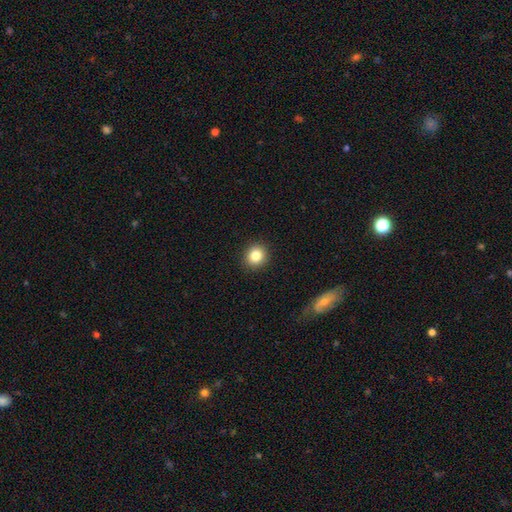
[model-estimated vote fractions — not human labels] This is clearly a smooth galaxy (83%). How rounded: clearly round (87%). Merging: clearly none (91%).